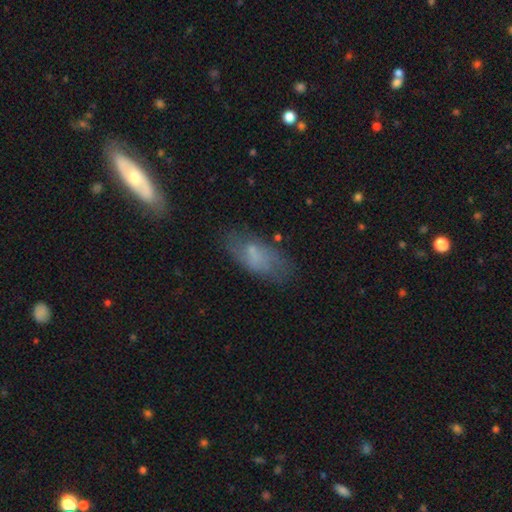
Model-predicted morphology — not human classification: Smooth or featured?
  - smooth: 58% *
  - featured or disk: 33%
  - star or artifact: 9%
How rounded?
  - in between: 83% *
  - cigar-shaped: 14%
  - round: 3%
Merging?
  - none: 65% *
  - minor disturbance: 23%
  - major disturbance: 9%
  - merger: 3%